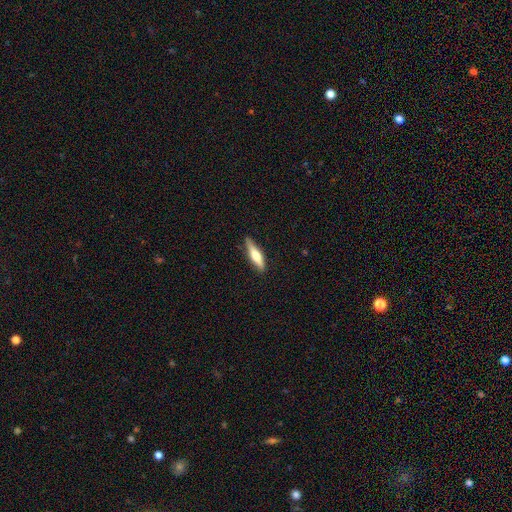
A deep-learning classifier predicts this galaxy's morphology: Smooth or featured? smooth (50%)
Merging? none (82%)